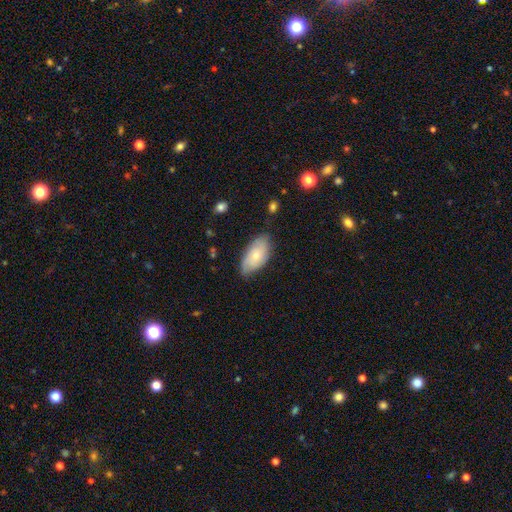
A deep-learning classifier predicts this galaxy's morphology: smooth_or_featured: smooth (p=0.61) [alt: featured or disk p=0.32]
how_rounded: in between (p=0.93) [alt: round p=0.04]
merging: none (p=0.67) [alt: minor disturbance p=0.27]